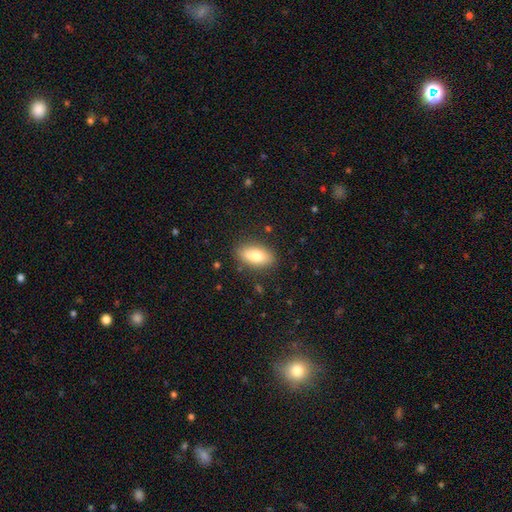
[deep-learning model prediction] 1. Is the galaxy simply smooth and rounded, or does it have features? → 81% smooth, 12% featured or disk, 7% star or artifact.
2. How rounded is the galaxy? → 86% in between, 11% cigar-shaped, 4% round.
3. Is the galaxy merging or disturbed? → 85% none, 11% minor disturbance, 3% major disturbance, 1% merger.